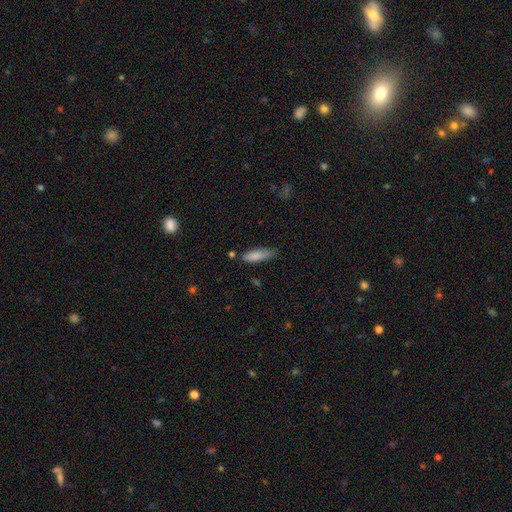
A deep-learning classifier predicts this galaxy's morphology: Smooth or featured? Predicted: smooth (p=0.83). How rounded? Predicted: cigar-shaped (p=0.55). Merging? Predicted: none (p=0.63).